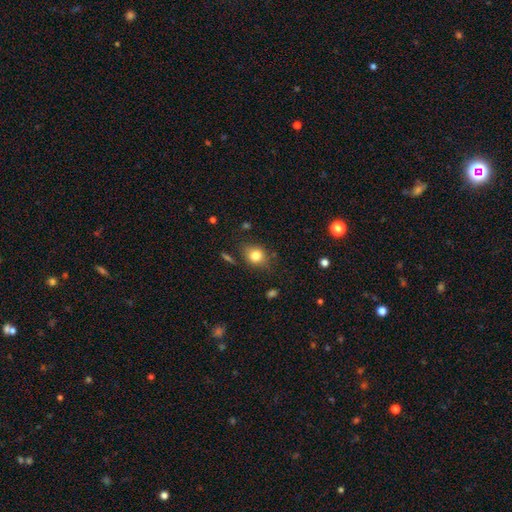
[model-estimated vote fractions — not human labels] The model was most divided on "how rounded": round: 60%, in between: 38%, cigar-shaped: 1%. More confident: smooth or featured — smooth (80%); merging — none (75%).